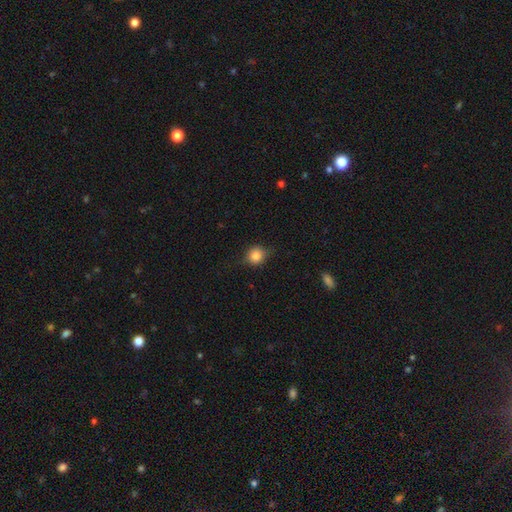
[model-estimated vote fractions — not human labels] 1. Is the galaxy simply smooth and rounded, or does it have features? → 81% smooth, 11% star or artifact, 8% featured or disk.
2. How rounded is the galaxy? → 82% round, 16% in between, 1% cigar-shaped.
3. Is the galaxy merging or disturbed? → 78% none, 17% minor disturbance, 4% major disturbance, 1% merger.